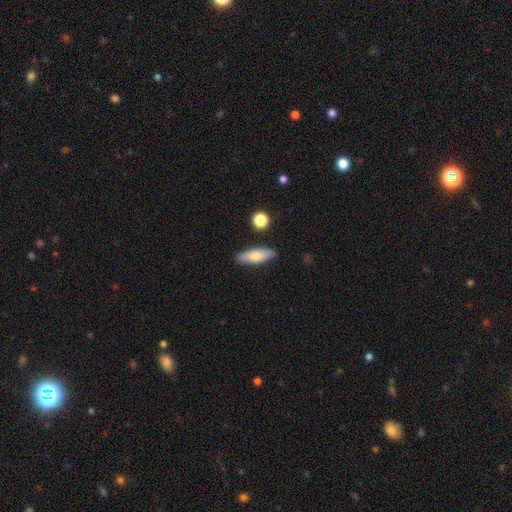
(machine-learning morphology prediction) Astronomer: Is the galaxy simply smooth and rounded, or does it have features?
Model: smooth — 70%.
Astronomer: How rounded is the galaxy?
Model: in between — 54% (runner-up: cigar-shaped, 43%).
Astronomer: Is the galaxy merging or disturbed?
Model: none — 87%.